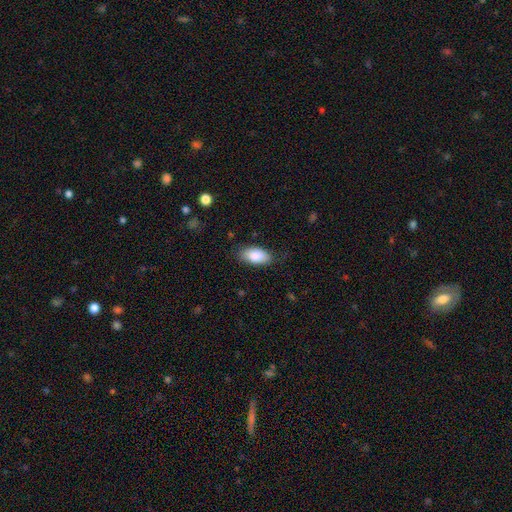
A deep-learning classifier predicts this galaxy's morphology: A smooth galaxy with no disk features (87%) that is in between round and cigar-shaped (93%).

Vote fractions:
- Smooth or featured? smooth: 87% / featured or disk: 7% / star or artifact: 6%
- How rounded? in between: 93% / cigar-shaped: 4% / round: 3%
- Merging? none: 78% / minor disturbance: 17% / major disturbance: 4% / merger: 1%